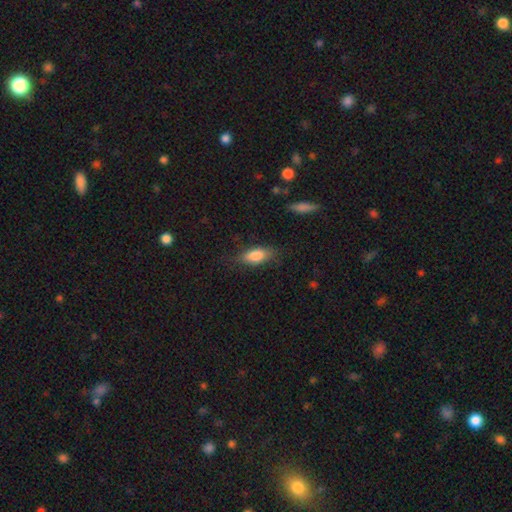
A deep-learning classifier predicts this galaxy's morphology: smooth-or-featured: smooth: 82% | featured or disk: 11% | star or artifact: 7%
  how-rounded: in between: 80% | cigar-shaped: 17% | round: 3%
  merging: none: 75% | minor disturbance: 18% | major disturbance: 5% | merger: 1%